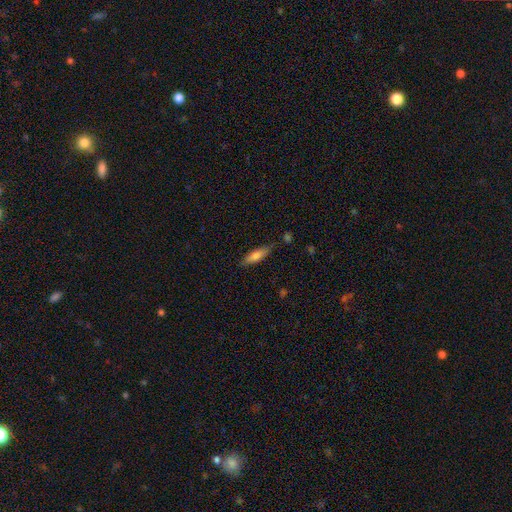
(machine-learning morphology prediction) Smooth or featured? smooth (71%)
How rounded? cigar-shaped (56%)
Merging? none (76%)